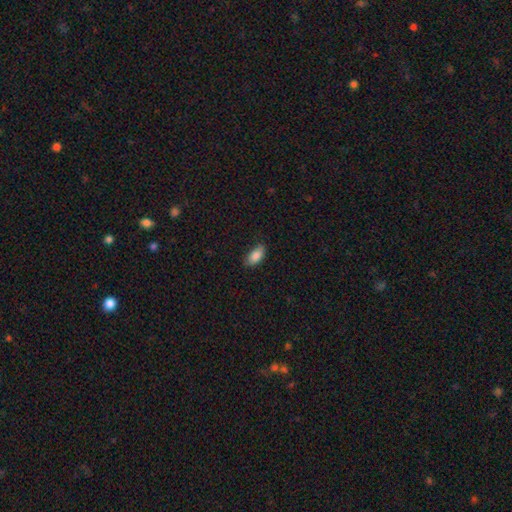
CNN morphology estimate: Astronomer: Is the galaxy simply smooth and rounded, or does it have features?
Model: smooth — 86%.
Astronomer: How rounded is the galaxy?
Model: in between — 91%.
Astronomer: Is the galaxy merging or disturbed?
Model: none — 76%.